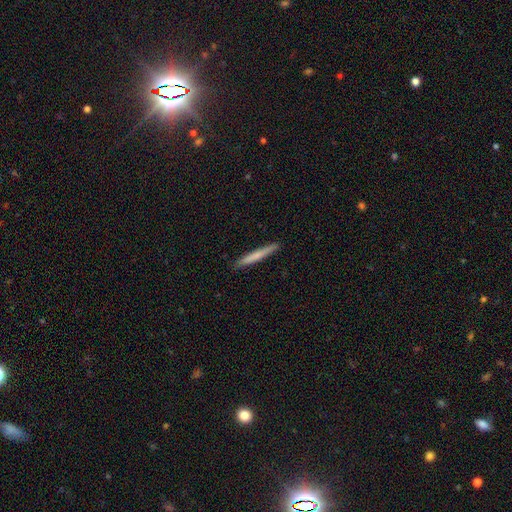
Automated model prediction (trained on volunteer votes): Overall: smooth (67%; featured or disk 28%). How rounded: cigar-shaped (97%). Merging: none (91%).